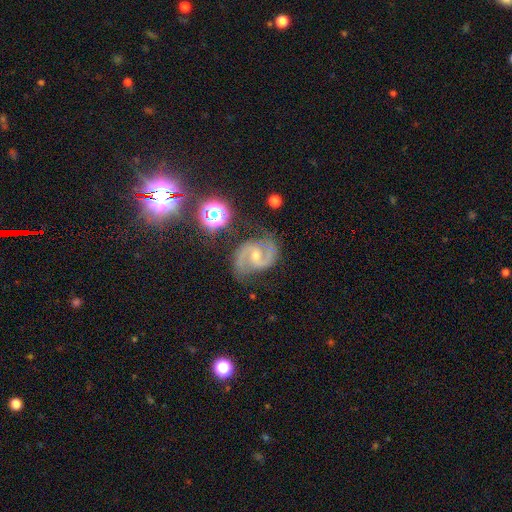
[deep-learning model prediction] Morphology: type=featured or disk (89%); edge-on=no (98%); bar=weak (51%); spiral arms=yes (98%); winding=medium (64%); arm count=2 (93%); bulge=small (48%); merging=none (74%).